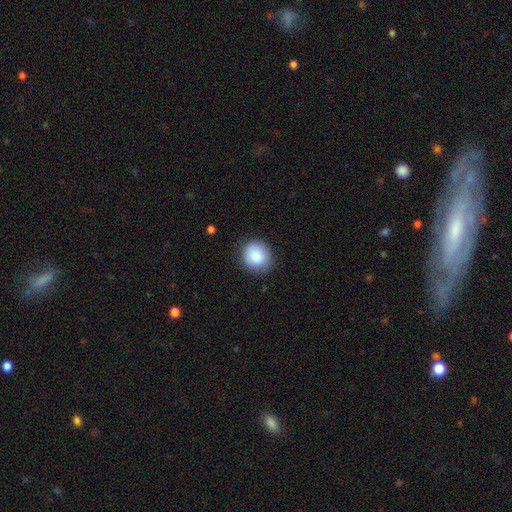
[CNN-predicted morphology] type=smooth (88%); roundness=round (79%); merging=none (84%).